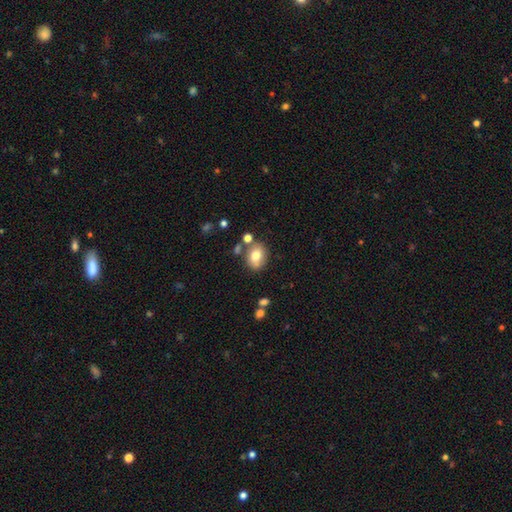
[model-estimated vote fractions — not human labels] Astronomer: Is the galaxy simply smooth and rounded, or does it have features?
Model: smooth — 74%.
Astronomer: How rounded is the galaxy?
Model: in between — 55% (runner-up: round, 44%).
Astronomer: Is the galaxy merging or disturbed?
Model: none — 70%.